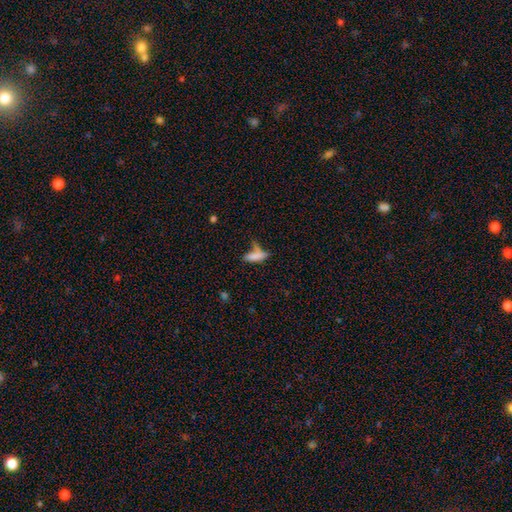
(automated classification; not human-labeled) Smooth or featured? Predicted: smooth (p=0.72). How rounded? Predicted: cigar-shaped (p=0.58). Merging? Predicted: none (p=0.39).